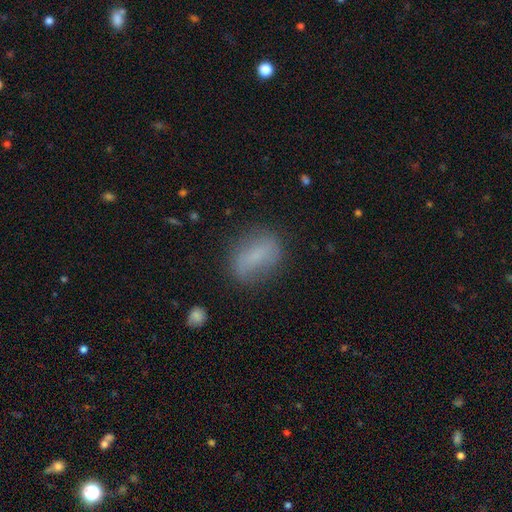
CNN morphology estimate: Q: Smooth or featured?
A: smooth (69%); runner-up: featured or disk (21%)
Q: How rounded?
A: in between (78%); runner-up: round (15%)
Q: Merging?
A: none (69%); runner-up: minor disturbance (21%)